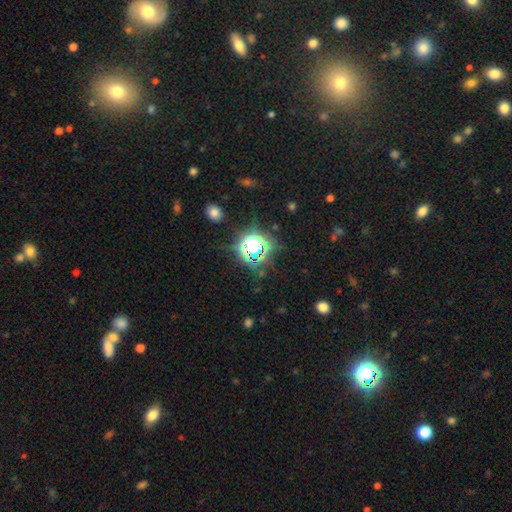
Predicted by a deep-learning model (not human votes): This is likely a star or artifact rather than a galaxy (75%).